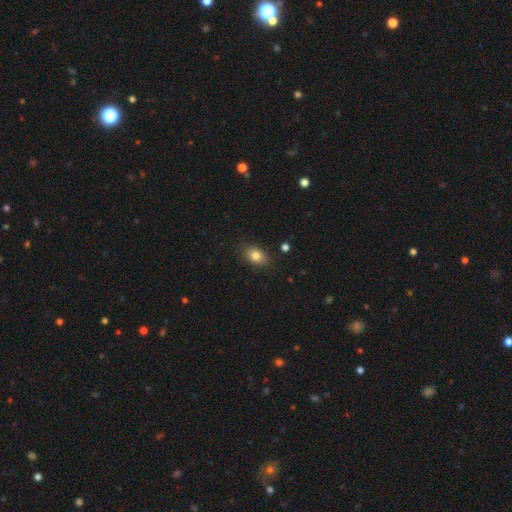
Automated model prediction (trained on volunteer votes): Smooth or featured? Predicted: smooth (p=0.81). How rounded? Predicted: in between (p=0.78). Merging? Predicted: none (p=0.85).